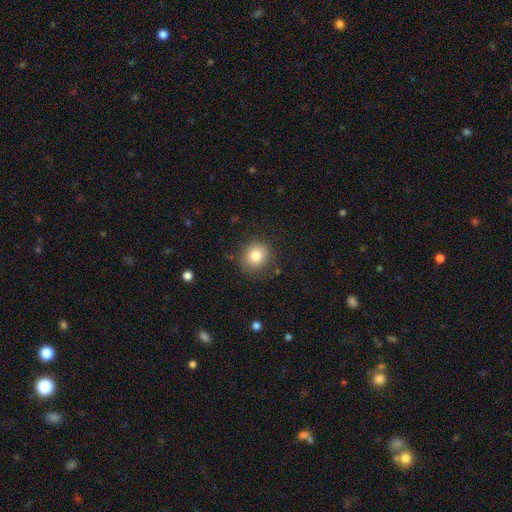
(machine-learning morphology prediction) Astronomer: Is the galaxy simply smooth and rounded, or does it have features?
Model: smooth — 82%.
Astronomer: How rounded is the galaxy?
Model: round — 85%.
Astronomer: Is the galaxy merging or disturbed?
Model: none — 87%.